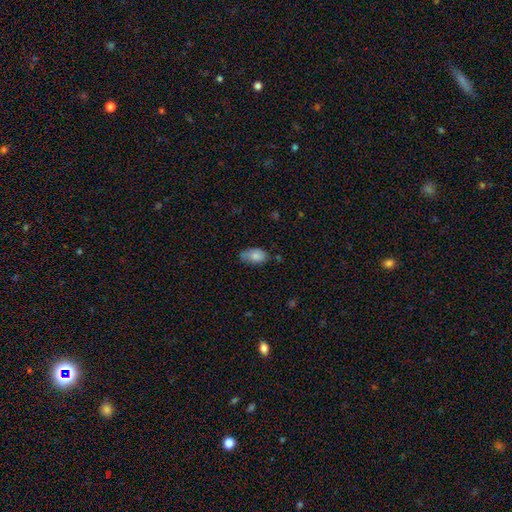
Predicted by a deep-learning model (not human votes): smooth_or_featured: smooth (p=0.81) [alt: featured or disk p=0.12]
how_rounded: in between (p=0.92) [alt: round p=0.06]
merging: none (p=0.55) [alt: minor disturbance p=0.34]